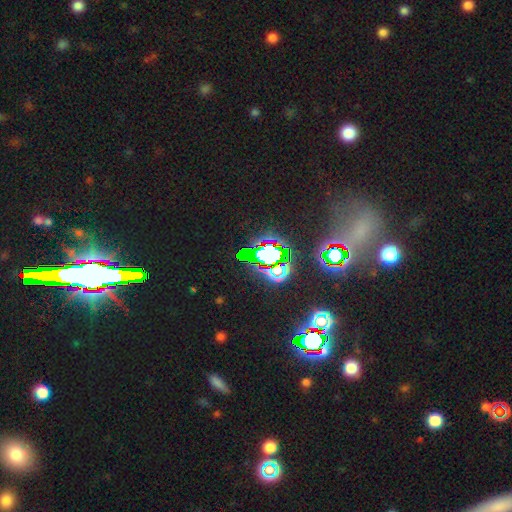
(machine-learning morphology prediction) A star or artifact, not a galaxy (77%).